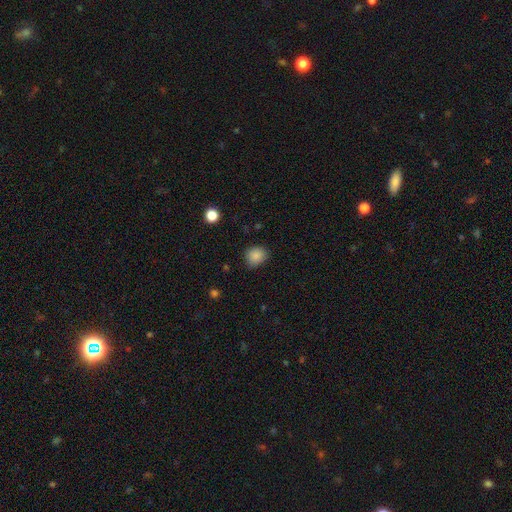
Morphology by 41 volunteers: smooth 90%, star or artifact 10%, featured or disk 0%. Down the decision tree: how rounded — round (76%); merging — minor disturbance (51%).